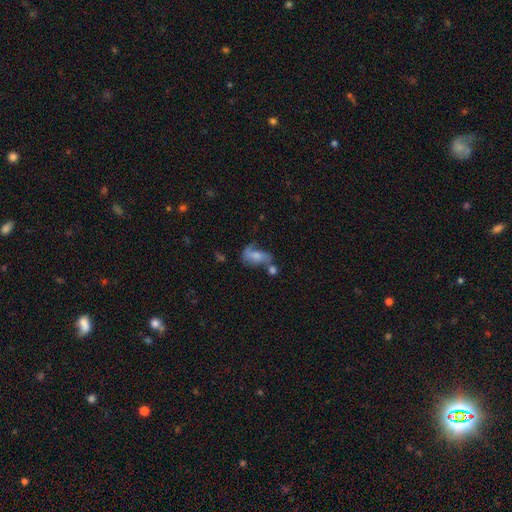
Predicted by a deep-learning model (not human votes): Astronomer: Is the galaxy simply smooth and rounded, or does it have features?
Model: smooth — 53% (runner-up: featured or disk, 35%).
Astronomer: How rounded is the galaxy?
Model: in between — 85%.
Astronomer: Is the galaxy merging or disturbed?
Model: none — 27%, tied with major disturbance at 27%.